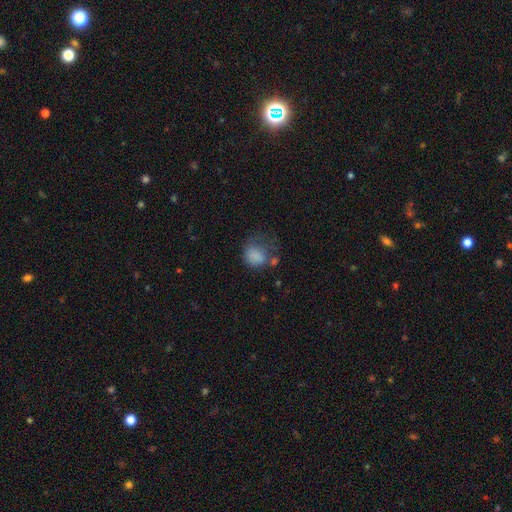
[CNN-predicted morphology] Q: Smooth or featured?
A: smooth (77%); runner-up: featured or disk (12%)
Q: How rounded?
A: round (50%); runner-up: in between (49%)
Q: Merging?
A: major disturbance (37%); runner-up: none (30%)